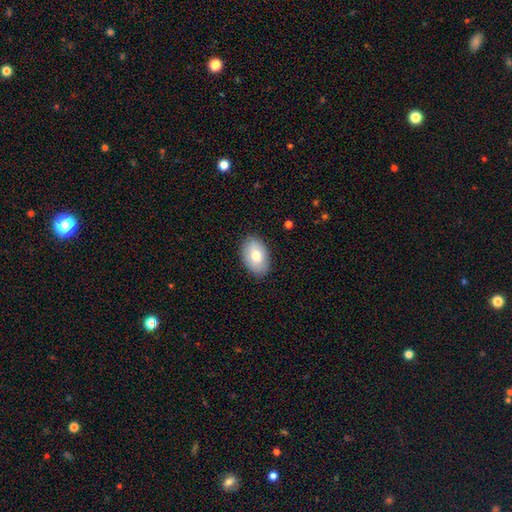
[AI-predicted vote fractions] smooth_or_featured: smooth (p=0.74) [alt: featured or disk p=0.19]
how_rounded: in between (p=0.89) [alt: round p=0.10]
merging: none (p=0.86) [alt: minor disturbance p=0.11]